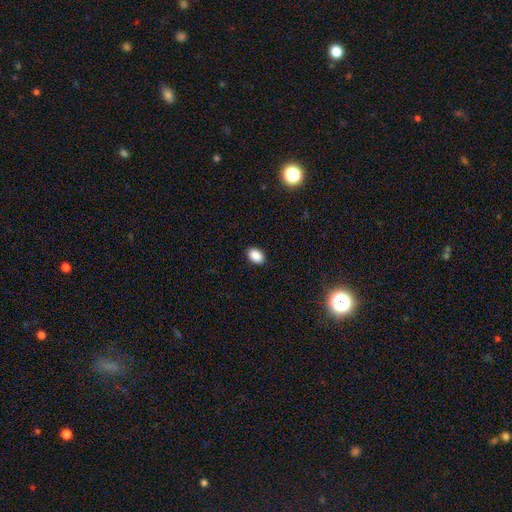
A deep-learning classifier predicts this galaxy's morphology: This is clearly a smooth galaxy (89%). How rounded: clearly in between (84%). Merging: clearly none (90%).